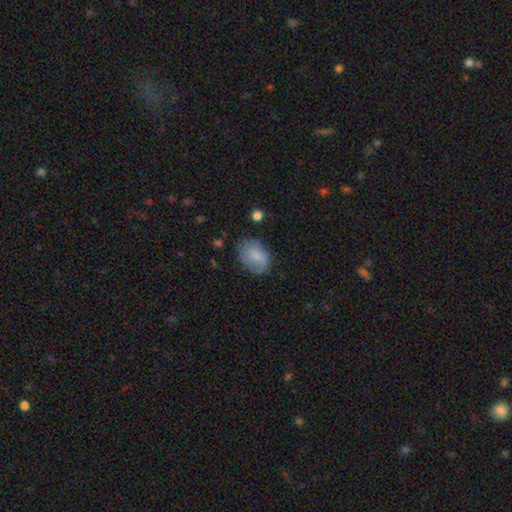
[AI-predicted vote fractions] A smooth galaxy with no disk features (77%) that is in between round and cigar-shaped (77%). Merging: none (65%).